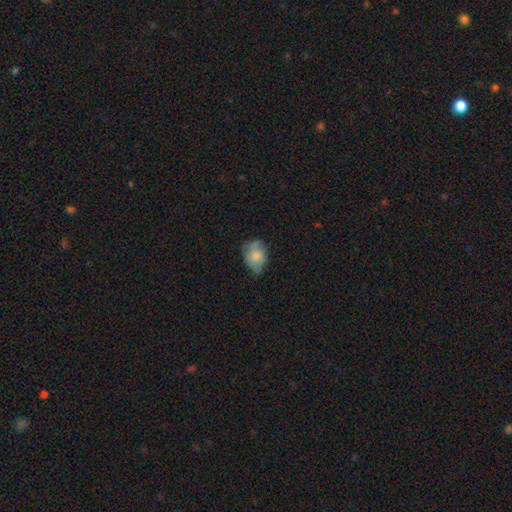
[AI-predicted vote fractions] Morphology: type=smooth (67%); roundness=in between (73%); merging=none (48%).